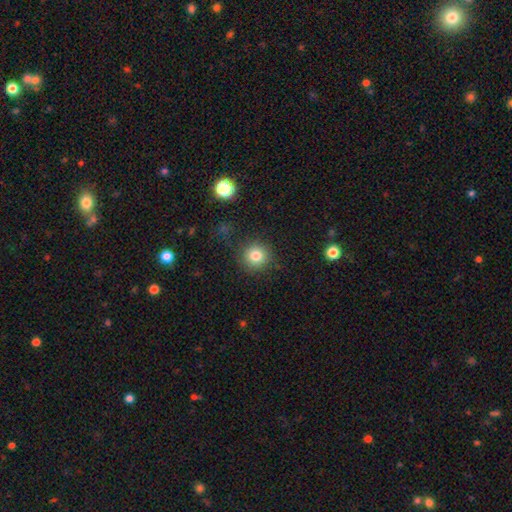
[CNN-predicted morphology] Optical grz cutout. It shows a smooth galaxy with no disk features (81%) that is round (92%). Merging: none (87%).